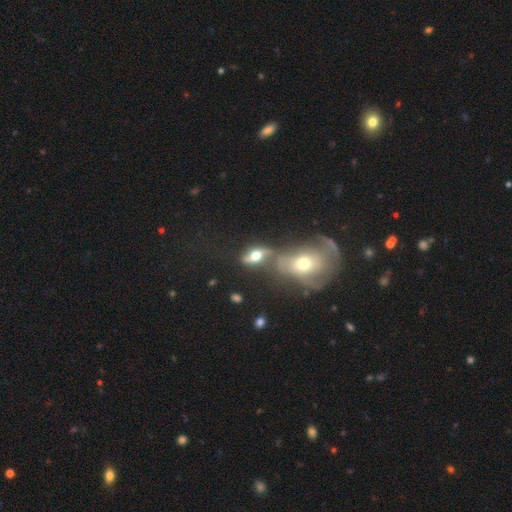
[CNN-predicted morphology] A smooth galaxy with no disk features (50%). Merging: merger (49%).